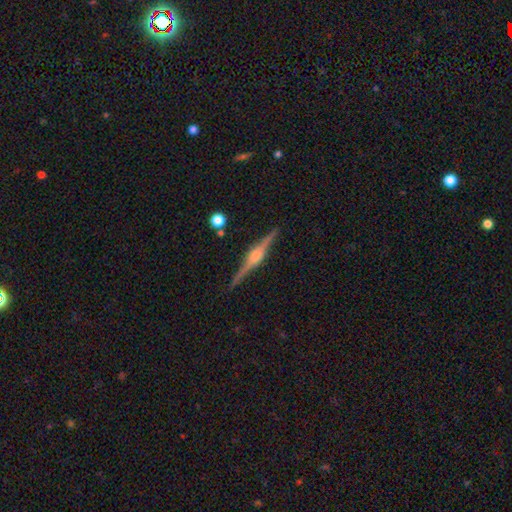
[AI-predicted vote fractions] A featured or disk galaxy (87%) viewed edge-on (98%) with a rounded central bulge (83%). Merging: none (91%).